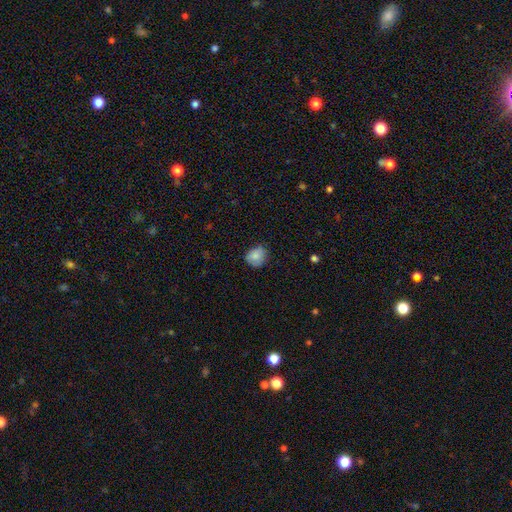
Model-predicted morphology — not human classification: Q: Smooth or featured?
A: smooth (84%); runner-up: star or artifact (8%)
Q: How rounded?
A: round (71%); runner-up: in between (28%)
Q: Merging?
A: none (71%); runner-up: minor disturbance (23%)